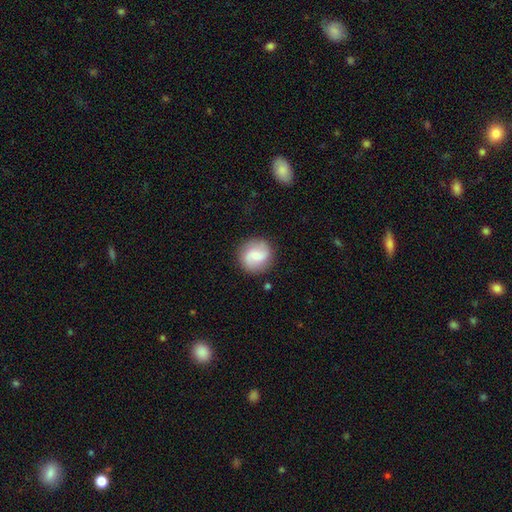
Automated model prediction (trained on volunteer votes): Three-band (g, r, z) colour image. It shows a smooth galaxy with no disk features (48%). Merging: none (85%).